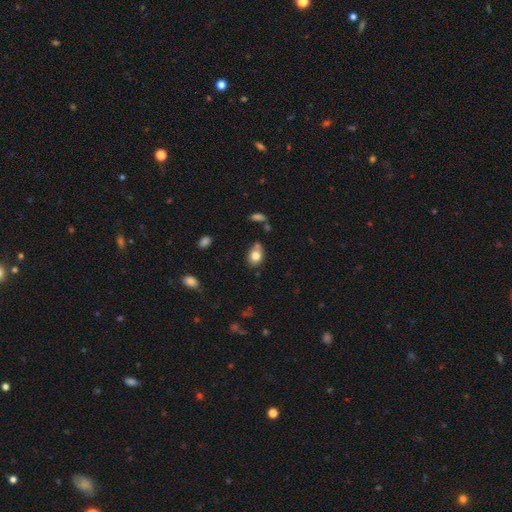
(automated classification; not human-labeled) Smooth or featured?
  - smooth: 78% *
  - featured or disk: 12%
  - star or artifact: 10%
How rounded?
  - in between: 54% *
  - round: 45%
  - cigar-shaped: 1%
Merging?
  - none: 58% *
  - minor disturbance: 20%
  - merger: 17%
  - major disturbance: 5%